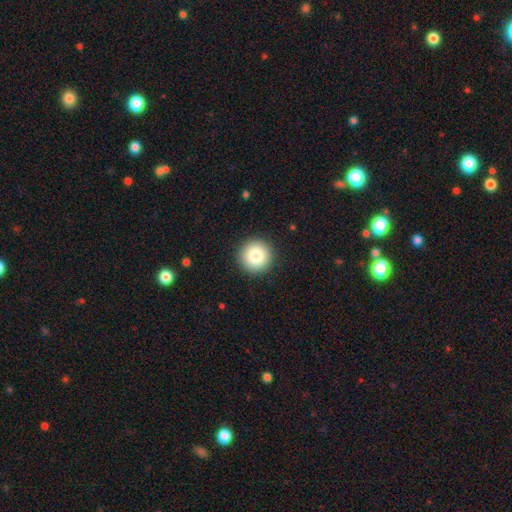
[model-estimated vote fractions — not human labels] Smooth or featured?
  - smooth: 84% *
  - star or artifact: 9%
  - featured or disk: 7%
How rounded?
  - round: 96% *
  - in between: 3%
  - cigar-shaped: 1%
Merging?
  - none: 92% *
  - minor disturbance: 5%
  - major disturbance: 2%
  - merger: 1%